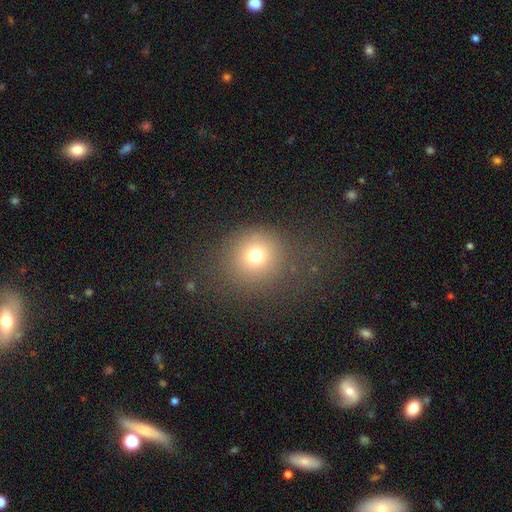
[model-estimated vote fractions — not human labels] Smooth or featured: smooth — 73% (star or artifact — 17%)
How rounded: round — 89% (in between — 10%)
Merging: none — 79% (minor disturbance — 10%)